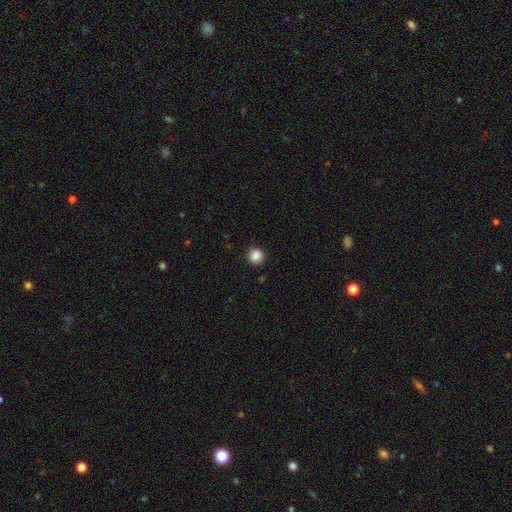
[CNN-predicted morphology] Smooth or featured: smooth — 87% (star or artifact — 10%)
How rounded: round — 94% (in between — 5%)
Merging: none — 91% (minor disturbance — 6%)